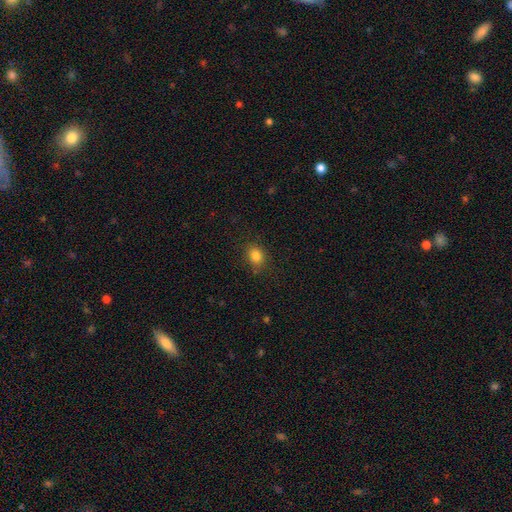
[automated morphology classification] smooth 83%, star or artifact 12%, featured or disk 6%. Down the decision tree: how rounded — round (51%); merging — none (83%).